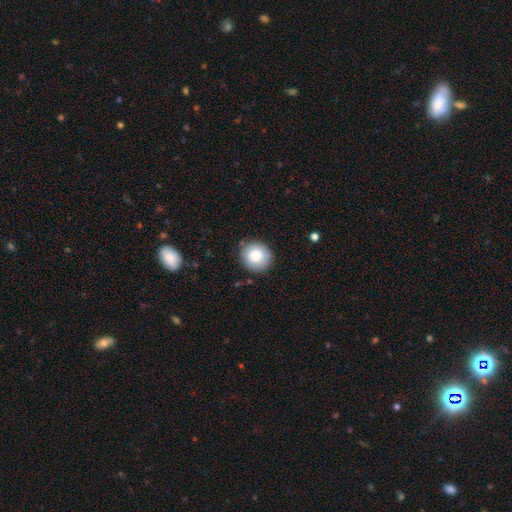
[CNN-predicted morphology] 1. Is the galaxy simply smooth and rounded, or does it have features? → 82% smooth, 10% featured or disk, 8% star or artifact.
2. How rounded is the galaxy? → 89% round, 10% in between, 1% cigar-shaped.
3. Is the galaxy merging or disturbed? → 85% none, 11% minor disturbance, 2% major disturbance, 2% merger.